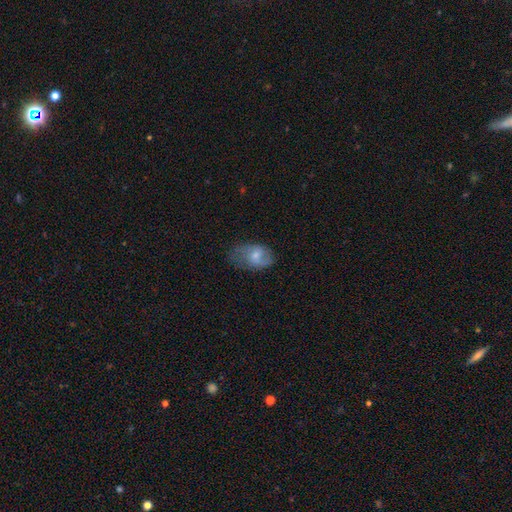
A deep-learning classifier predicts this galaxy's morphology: A smooth galaxy with no disk features (51%) that is in between round and cigar-shaped (86%).

Vote fractions:
- Smooth or featured? smooth: 51% / featured or disk: 42% / star or artifact: 7%
- How rounded? in between: 86% / round: 13% / cigar-shaped: 2%
- Merging? none: 54% / minor disturbance: 30% / major disturbance: 15% / merger: 2%